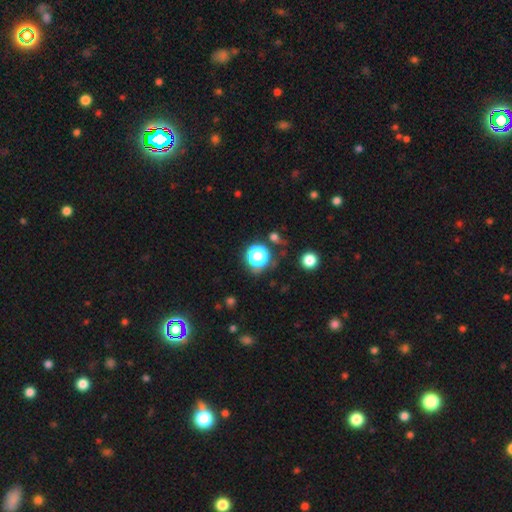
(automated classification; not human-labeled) Smooth or featured?
  - star or artifact: 66% *
  - smooth: 26%
  - featured or disk: 8%